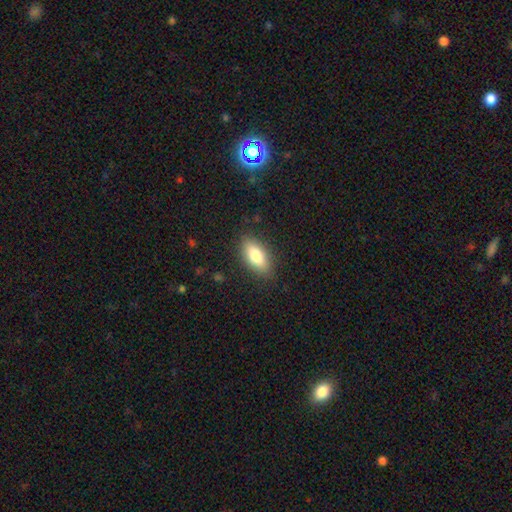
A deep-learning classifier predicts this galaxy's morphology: Smooth or featured: smooth — 79% (featured or disk — 14%)
How rounded: in between — 84% (cigar-shaped — 12%)
Merging: none — 86% (minor disturbance — 11%)